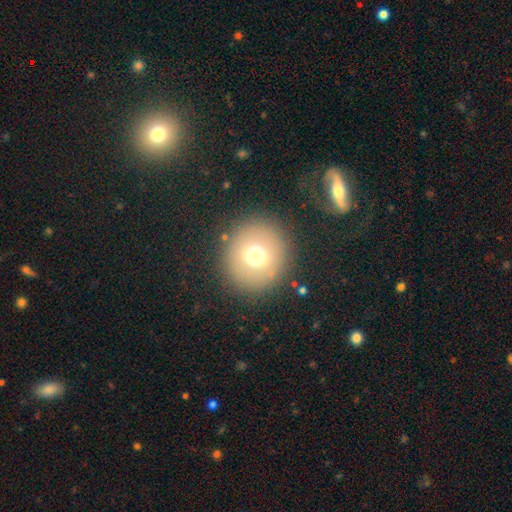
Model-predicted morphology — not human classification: A smooth galaxy with no disk features (67%) that is round (92%). Merging: none (87%).